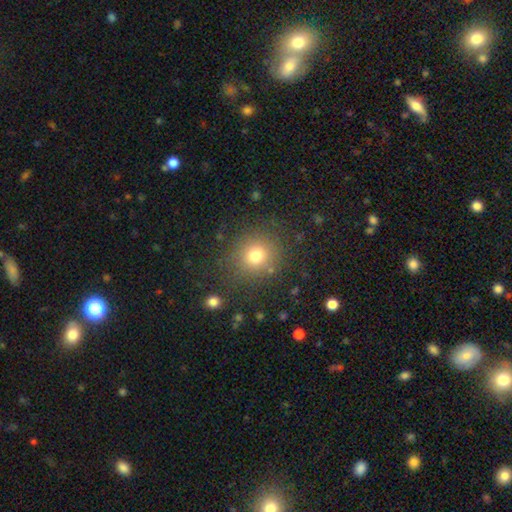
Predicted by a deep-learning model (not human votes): Overall: smooth (75%). How rounded: round (87%). Merging: none (83%).